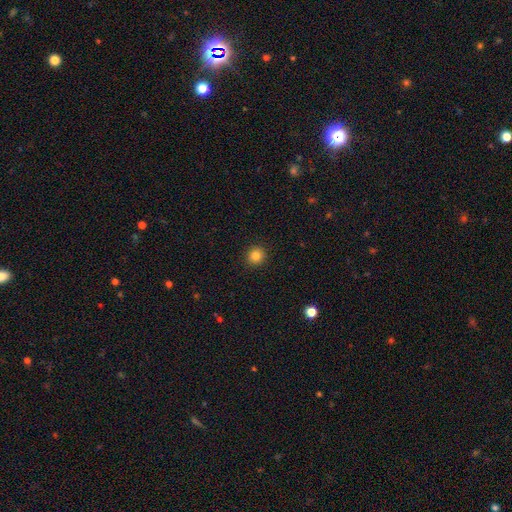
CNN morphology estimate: Overall: smooth (83%). How rounded: round (92%). Merging: none (92%).